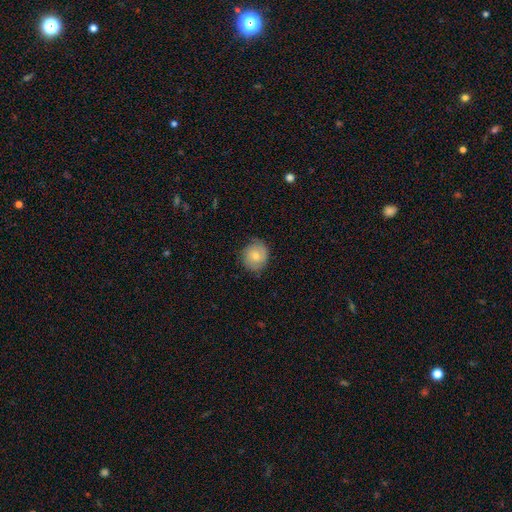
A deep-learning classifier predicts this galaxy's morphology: smooth_or_featured: smooth (p=0.67) [alt: featured or disk p=0.26]
how_rounded: round (p=0.82) [alt: in between p=0.17]
merging: none (p=0.77) [alt: minor disturbance p=0.18]